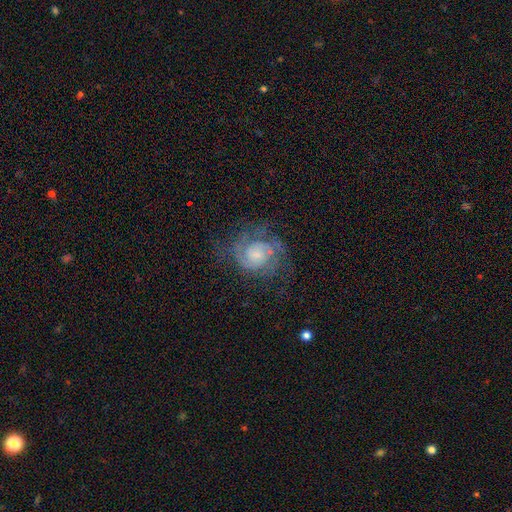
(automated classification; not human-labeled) Overall: featured or disk (81%). Edge-on disk: no (98%). Bar: no (63%; weak 31%). Spiral arms: yes (95%). Spiral arm count: 2 (51%; can't tell 22%). Spiral winding: tight (58%; medium 34%). Bulge size: small (52%; moderate 29%). Merging: none (70%).